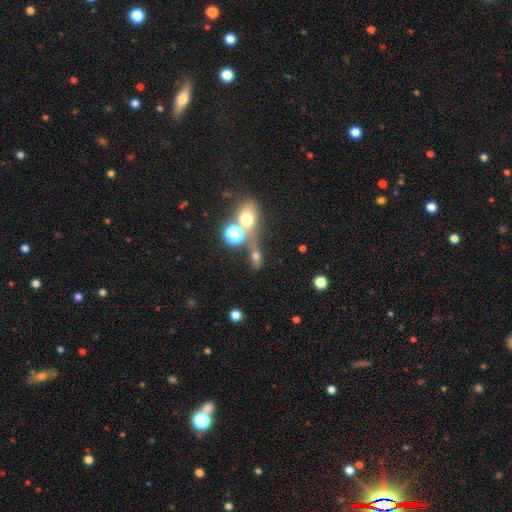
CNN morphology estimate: smooth-or-featured: smooth: 53% | star or artifact: 25% | featured or disk: 22%
  how-rounded: in between: 48% | round: 35% | cigar-shaped: 17%
  merging: none: 42% | merger: 31% | minor disturbance: 13% | major disturbance: 13%